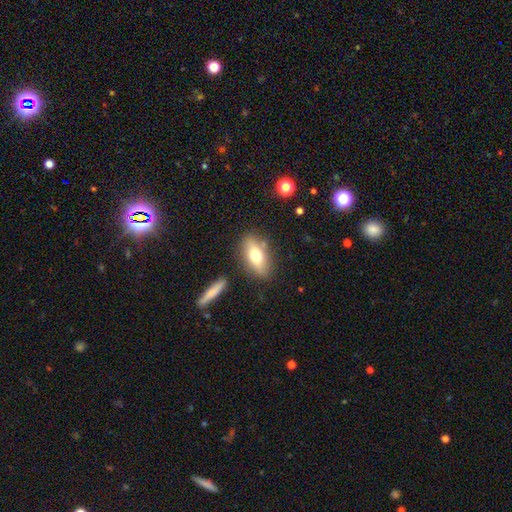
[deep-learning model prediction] Smooth or featured? Predicted: smooth (p=0.66). How rounded? Predicted: in between (p=0.78). Merging? Predicted: none (p=0.77).